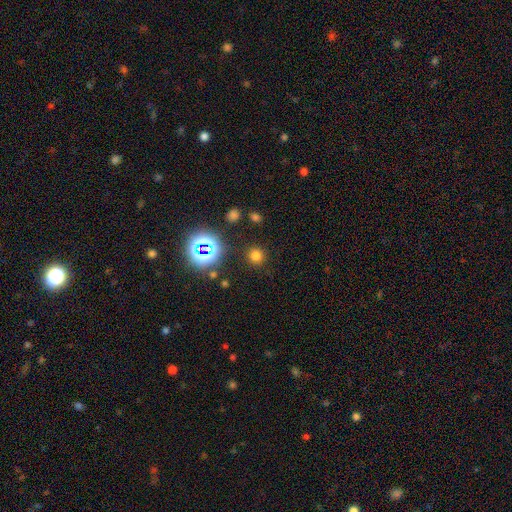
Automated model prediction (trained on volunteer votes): A smooth galaxy with no disk features (70%) that is round (93%).

Vote fractions:
- Smooth or featured? smooth: 70% / star or artifact: 24% / featured or disk: 6%
- How rounded? round: 93% / in between: 6% / cigar-shaped: 1%
- Merging? none: 88% / minor disturbance: 6% / major disturbance: 3% / merger: 2%